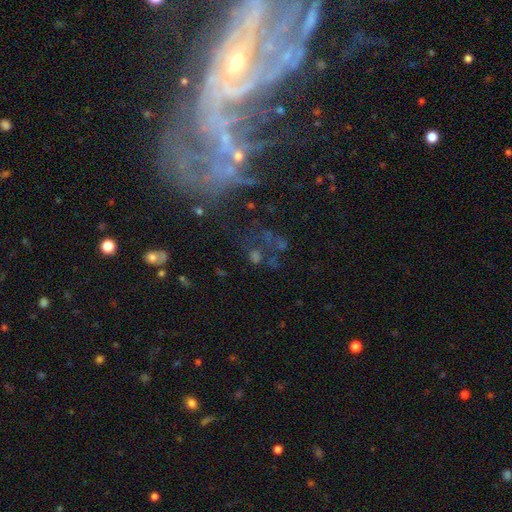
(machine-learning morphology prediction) Smooth or featured? star or artifact (38%)